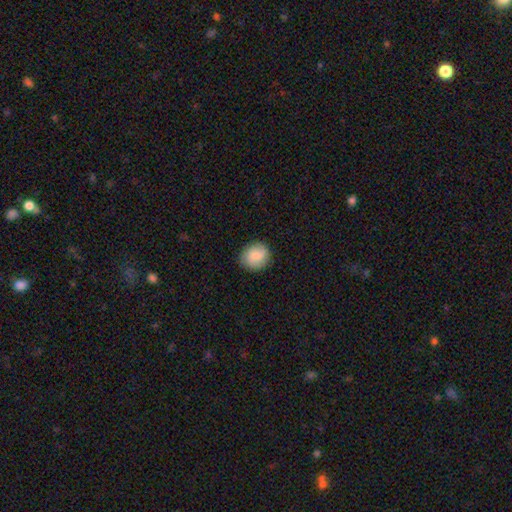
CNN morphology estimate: This is likely a smooth galaxy (80%). How rounded: likely round (73%). Merging: clearly none (85%).